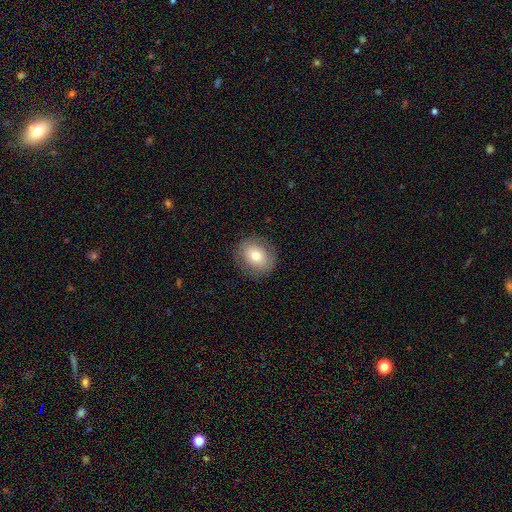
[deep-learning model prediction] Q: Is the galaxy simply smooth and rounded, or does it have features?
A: smooth — 74%.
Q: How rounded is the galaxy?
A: round — 68%.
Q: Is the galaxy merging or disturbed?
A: none — 86%.